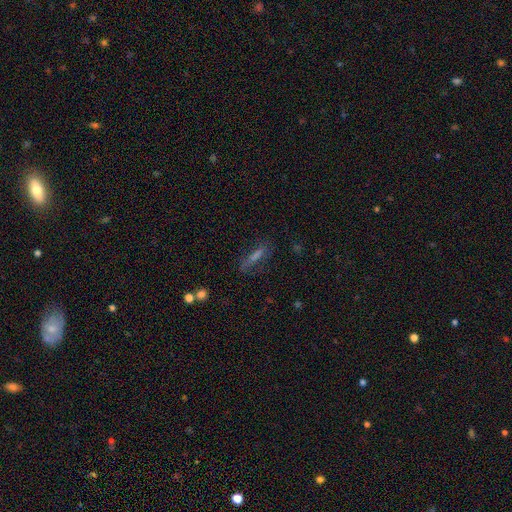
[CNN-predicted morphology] smooth_or_featured: smooth (p=0.43) [alt: featured or disk p=0.35]
merging: none (p=0.74) [alt: minor disturbance p=0.16]